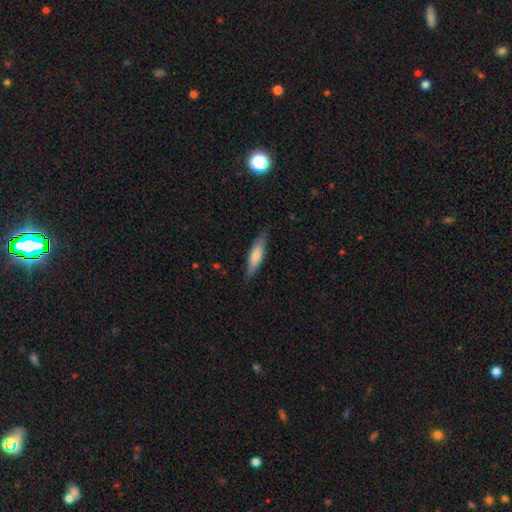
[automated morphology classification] smooth 75%, featured or disk 20%, star or artifact 5%. Down the decision tree: how rounded — cigar-shaped (70%); merging — none (83%).